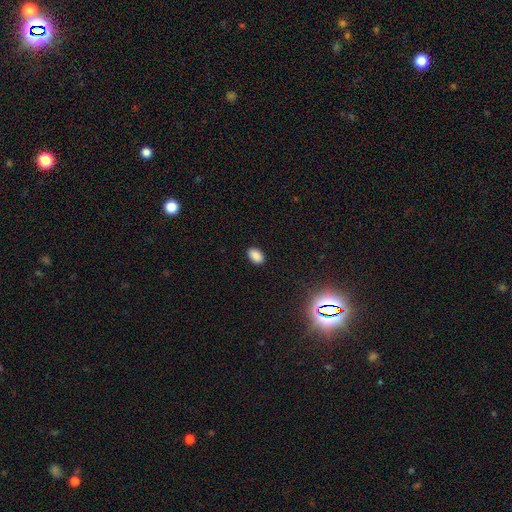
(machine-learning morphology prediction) Overall: smooth (86%). How rounded: in between (88%). Merging: none (89%).